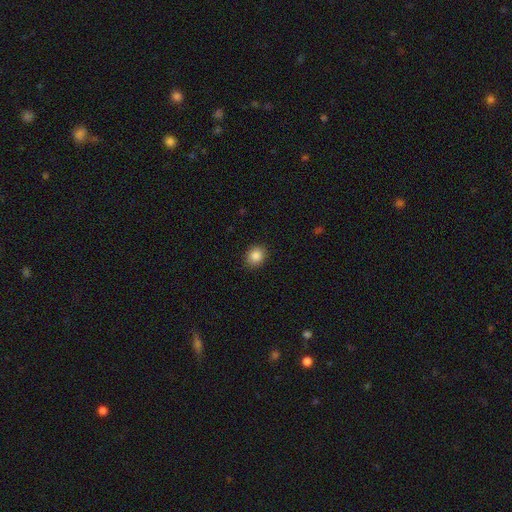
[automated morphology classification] The model was most divided on "how rounded": round: 65%, in between: 34%, cigar-shaped: 1%. More confident: merging — none (89%); smooth or featured — smooth (87%).